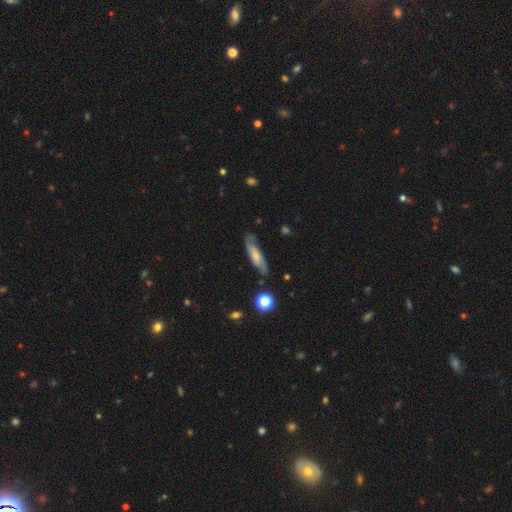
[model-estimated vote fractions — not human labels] smooth-or-featured: smooth: 53% | featured or disk: 40% | star or artifact: 7%
  how-rounded: cigar-shaped: 63% | in between: 35% | round: 3%
  merging: none: 71% | minor disturbance: 20% | major disturbance: 6% | merger: 3%